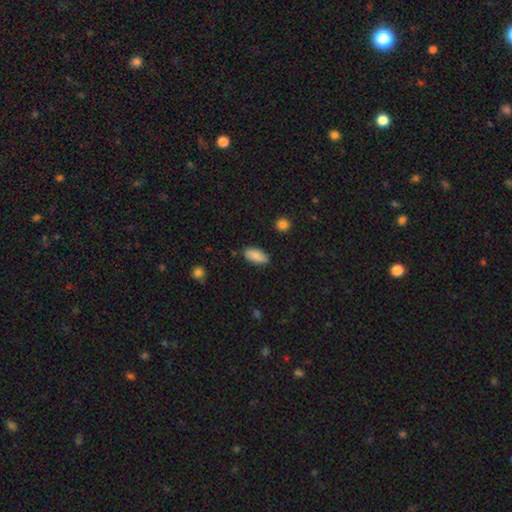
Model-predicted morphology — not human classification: smooth-or-featured: smooth: 85% | featured or disk: 9% | star or artifact: 6%
  how-rounded: in between: 91% | cigar-shaped: 7% | round: 2%
  merging: none: 84% | minor disturbance: 12% | major disturbance: 2% | merger: 2%